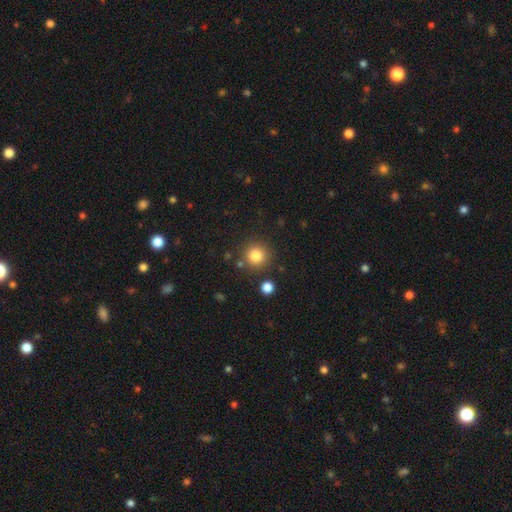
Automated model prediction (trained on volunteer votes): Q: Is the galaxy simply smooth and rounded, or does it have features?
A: smooth — 82%.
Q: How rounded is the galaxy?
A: round — 94%.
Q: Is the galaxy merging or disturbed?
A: none — 85%.